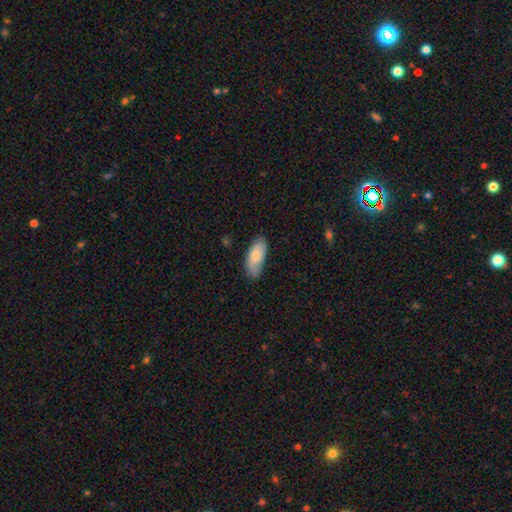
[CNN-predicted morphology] Smooth or featured? smooth (74%)
How rounded? in between (85%)
Merging? none (76%)